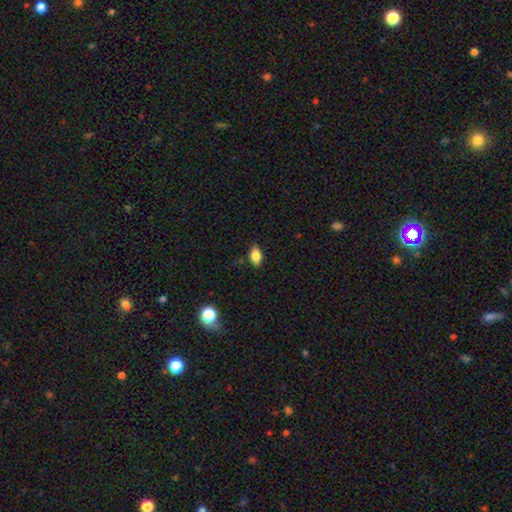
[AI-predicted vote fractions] Smooth or featured? smooth (81%)
How rounded? in between (88%)
Merging? none (85%)